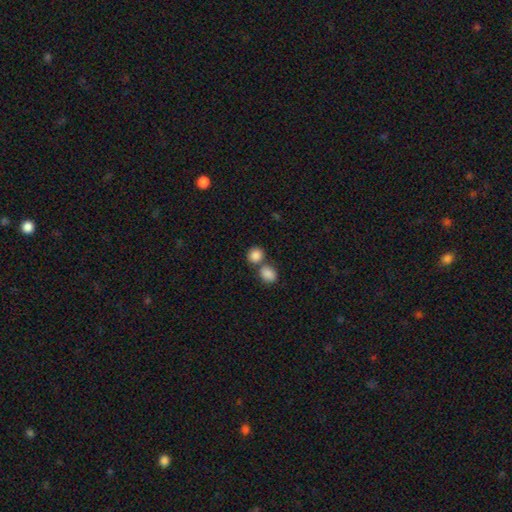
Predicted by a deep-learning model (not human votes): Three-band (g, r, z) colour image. It shows a smooth galaxy with no disk features (86%) that is round (72%). Merging: none (47%).